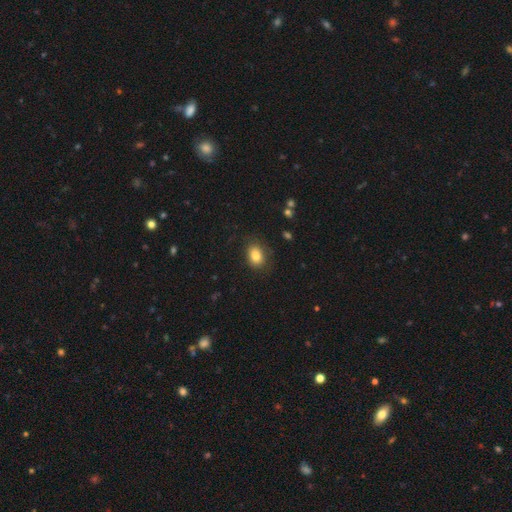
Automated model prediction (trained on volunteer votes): smooth_or_featured: smooth (p=0.83) [alt: star or artifact p=0.09]
how_rounded: in between (p=0.68) [alt: round p=0.31]
merging: none (p=0.79) [alt: minor disturbance p=0.15]